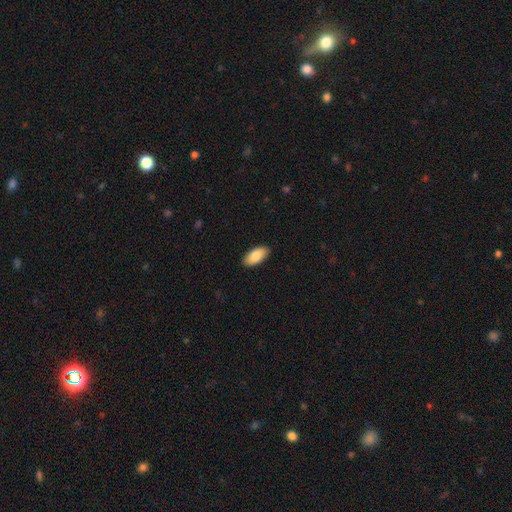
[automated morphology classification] smooth 85%, featured or disk 9%, star or artifact 6%. Down the decision tree: how rounded — in between (93%); merging — none (90%).